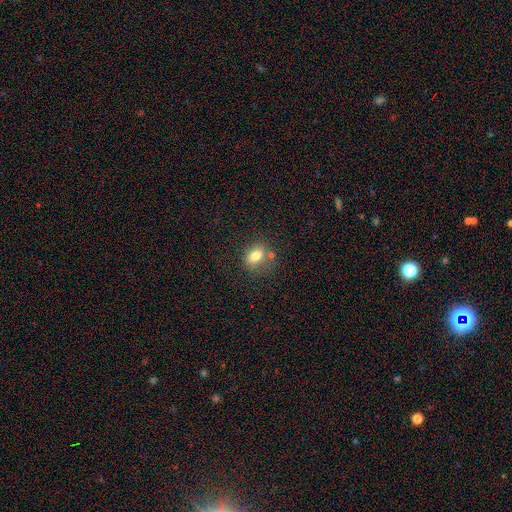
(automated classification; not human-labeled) The model was most divided on "how rounded": in between: 61%, round: 38%, cigar-shaped: 2%. More confident: smooth or featured — smooth (77%); merging — none (62%).